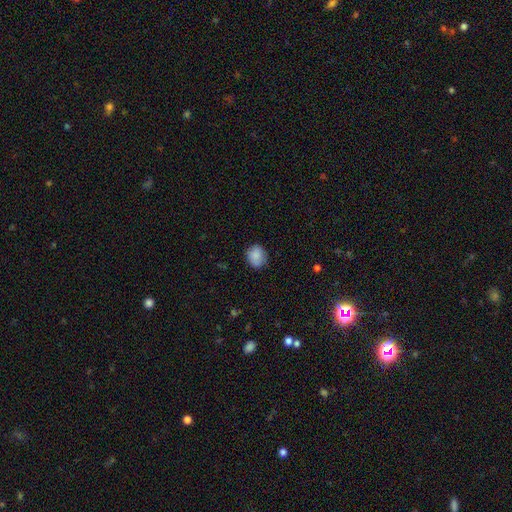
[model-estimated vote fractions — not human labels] smooth-or-featured: smooth: 87% | star or artifact: 8% | featured or disk: 5%
  how-rounded: round: 70% | in between: 29% | cigar-shaped: 1%
  merging: none: 81% | minor disturbance: 15% | major disturbance: 3% | merger: 1%